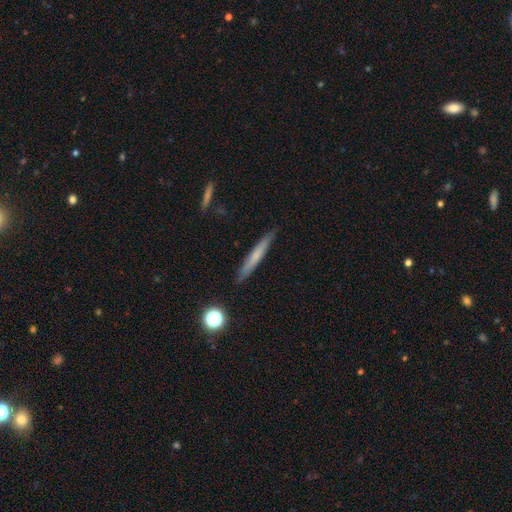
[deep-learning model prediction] Overall: smooth (59%; featured or disk 34%). How rounded: cigar-shaped (95%). Merging: none (89%).